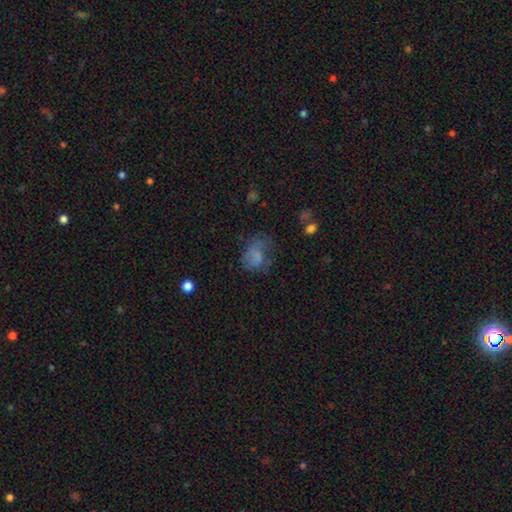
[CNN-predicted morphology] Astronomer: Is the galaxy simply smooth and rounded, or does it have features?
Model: smooth — 61%.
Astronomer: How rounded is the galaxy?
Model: in between — 67%.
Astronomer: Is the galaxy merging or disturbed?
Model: none — 36% (runner-up: major disturbance, 34%).